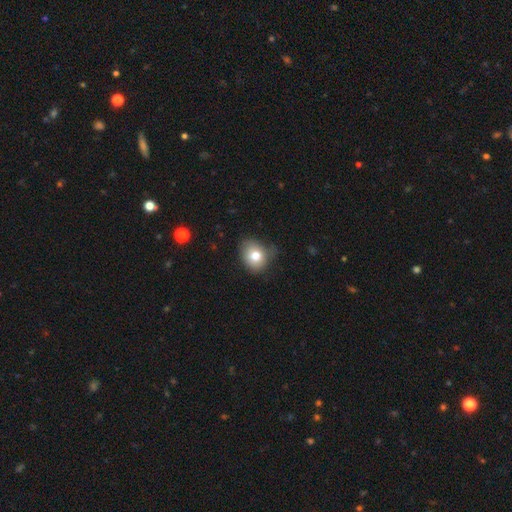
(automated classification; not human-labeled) smooth 77%, featured or disk 12%, star or artifact 10%. Down the decision tree: how rounded — round (57%); merging — none (60%).